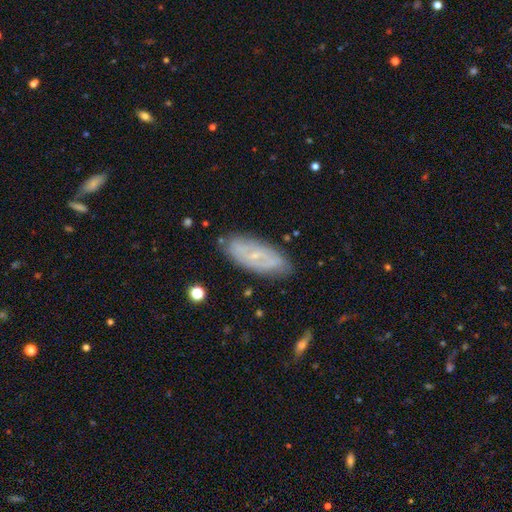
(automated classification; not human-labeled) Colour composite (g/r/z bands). It shows a featured or disk galaxy (58%). Merging: none (80%).